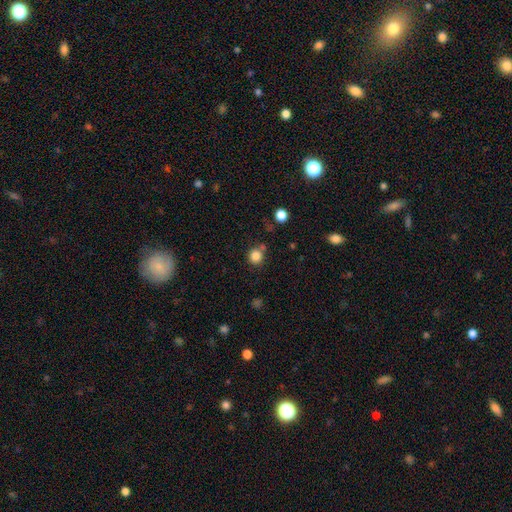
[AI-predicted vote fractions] This is clearly a smooth galaxy (84%). How rounded: clearly round (91%). Merging: likely none (74%).